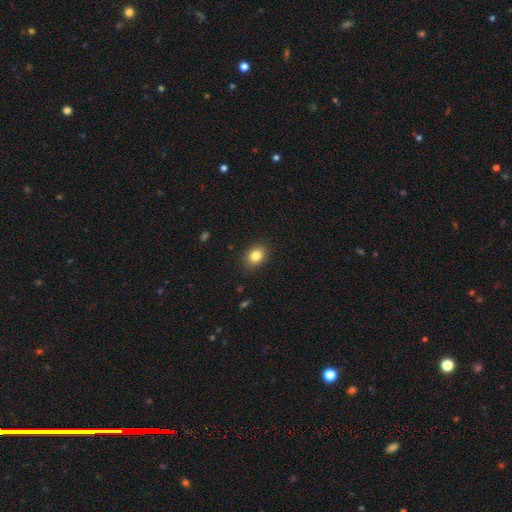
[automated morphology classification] This is clearly a smooth galaxy (84%). How rounded: possibly in between (59%). Merging: clearly none (87%).